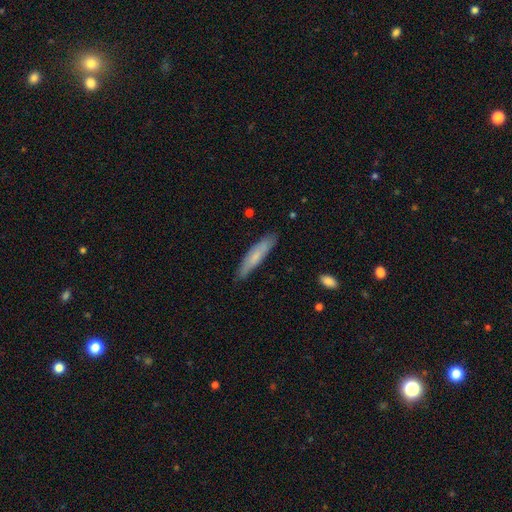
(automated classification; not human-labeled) smooth 65%, featured or disk 29%, star or artifact 6%. Down the decision tree: how rounded — cigar-shaped (85%); merging — none (82%).